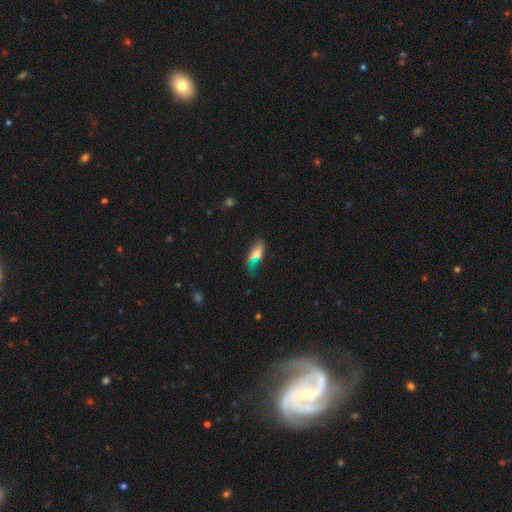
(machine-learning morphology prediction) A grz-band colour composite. It shows a smooth galaxy with no disk features (59%) that is in between round and cigar-shaped (60%). Merging: none (48%).